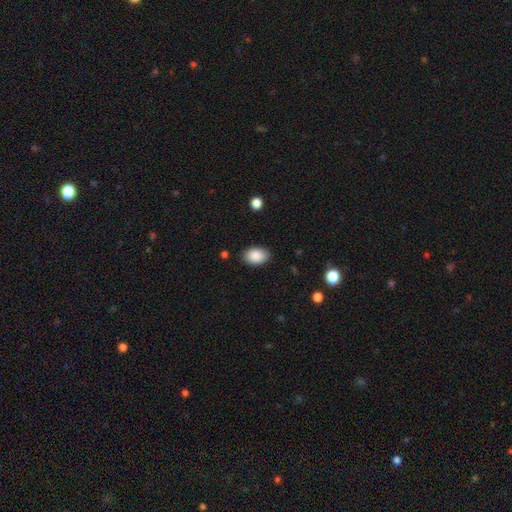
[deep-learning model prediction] Smooth or featured?
  - smooth: 89% *
  - star or artifact: 7%
  - featured or disk: 4%
How rounded?
  - in between: 87% *
  - round: 12%
  - cigar-shaped: 1%
Merging?
  - none: 86% *
  - minor disturbance: 10%
  - major disturbance: 2%
  - merger: 1%